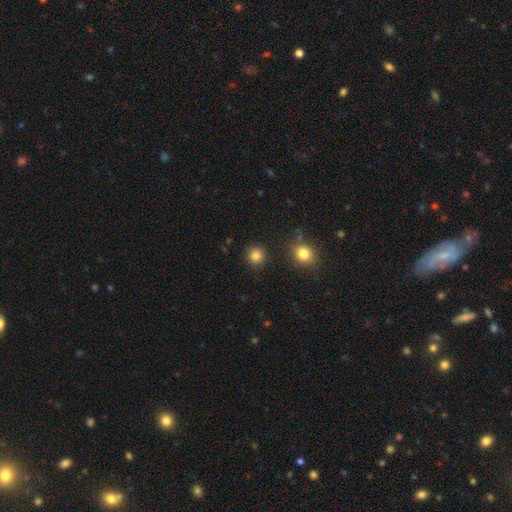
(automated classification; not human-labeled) This appears to be a smooth galaxy with no disk features (84%) that is round (92%). Merging: none (89%).